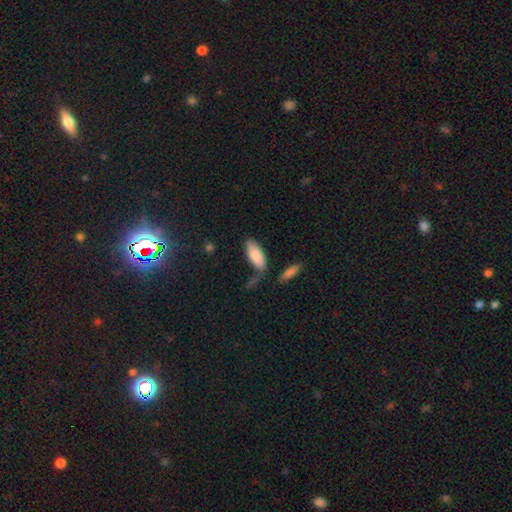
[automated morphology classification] A smooth galaxy with no disk features (84%) that is in between round and cigar-shaped (87%).

Vote fractions:
- Smooth or featured? smooth: 84% / featured or disk: 10% / star or artifact: 6%
- How rounded? in between: 87% / cigar-shaped: 12% / round: 2%
- Merging? none: 54% / minor disturbance: 22% / merger: 13% / major disturbance: 11%